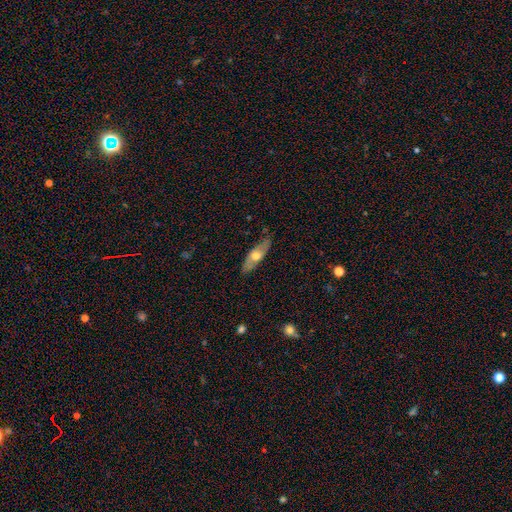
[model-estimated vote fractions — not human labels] A smooth galaxy with no disk features (50%).

Vote fractions:
- Smooth or featured? smooth: 50% / featured or disk: 44% / star or artifact: 6%
- Merging? none: 81% / minor disturbance: 15% / major disturbance: 3% / merger: 1%